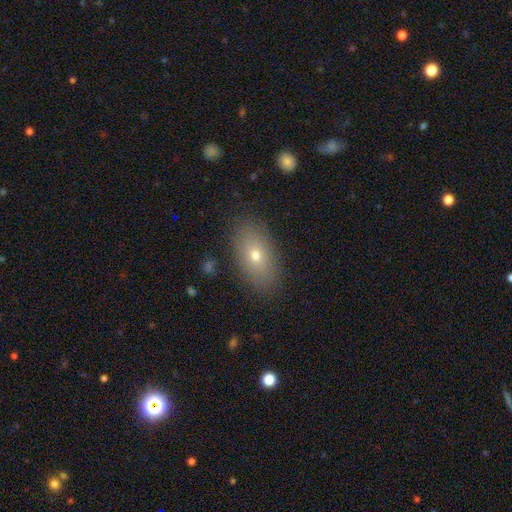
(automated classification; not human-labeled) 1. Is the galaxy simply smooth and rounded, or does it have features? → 68% smooth, 21% featured or disk, 11% star or artifact.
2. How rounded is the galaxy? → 89% in between, 7% round, 4% cigar-shaped.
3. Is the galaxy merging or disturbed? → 85% none, 10% minor disturbance, 3% major disturbance, 1% merger.